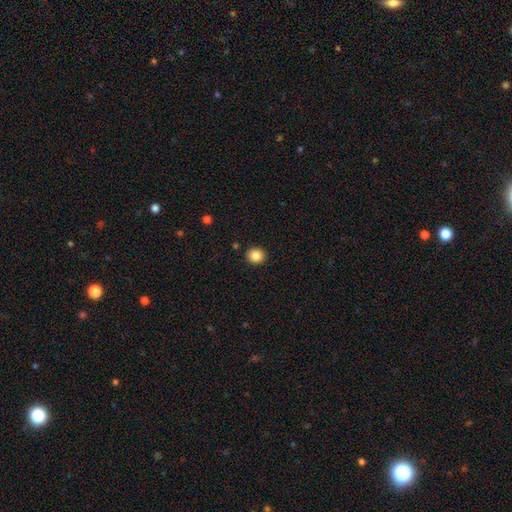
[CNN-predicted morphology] Smooth or featured? Predicted: smooth (p=0.86). How rounded? Predicted: round (p=0.85). Merging? Predicted: none (p=0.92).